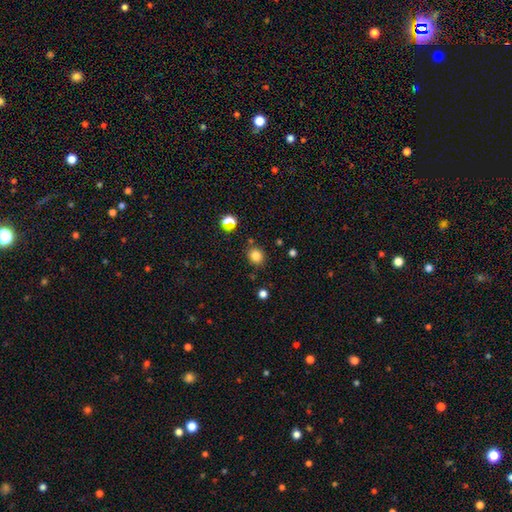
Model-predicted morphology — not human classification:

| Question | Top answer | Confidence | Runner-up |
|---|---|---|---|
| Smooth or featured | smooth | 81% | star or artifact (14%) |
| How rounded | round | 76% | in between (23%) |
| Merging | none | 84% | minor disturbance (9%) |